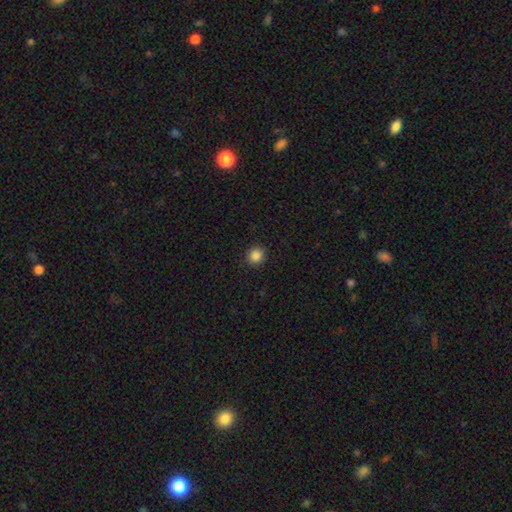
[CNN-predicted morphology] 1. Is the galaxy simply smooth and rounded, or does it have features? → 86% smooth, 10% star or artifact, 3% featured or disk.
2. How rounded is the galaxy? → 88% round, 11% in between, 1% cigar-shaped.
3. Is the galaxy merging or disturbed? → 91% none, 7% minor disturbance, 2% major disturbance, 1% merger.